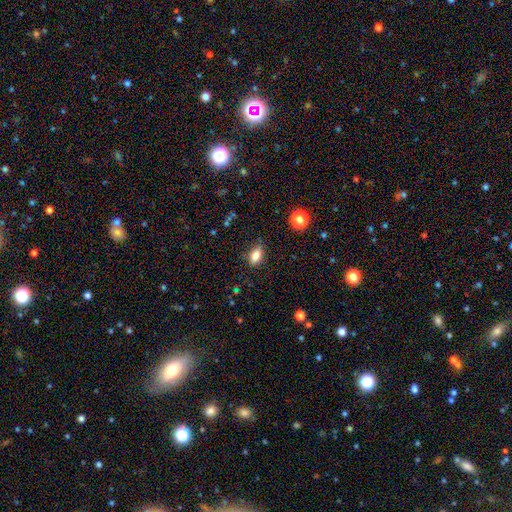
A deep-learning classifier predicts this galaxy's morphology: Smooth or featured: smooth — 82% (star or artifact — 9%)
How rounded: in between — 84% (round — 8%)
Merging: none — 76% (minor disturbance — 18%)